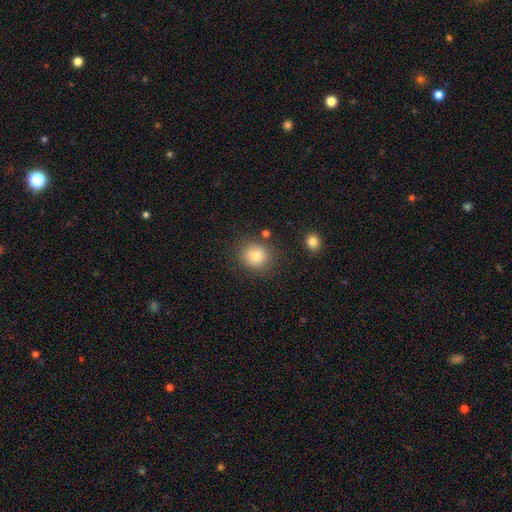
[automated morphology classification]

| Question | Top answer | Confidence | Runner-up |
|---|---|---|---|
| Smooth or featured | smooth | 81% | star or artifact (11%) |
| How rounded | round | 83% | in between (16%) |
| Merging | none | 82% | minor disturbance (11%) |